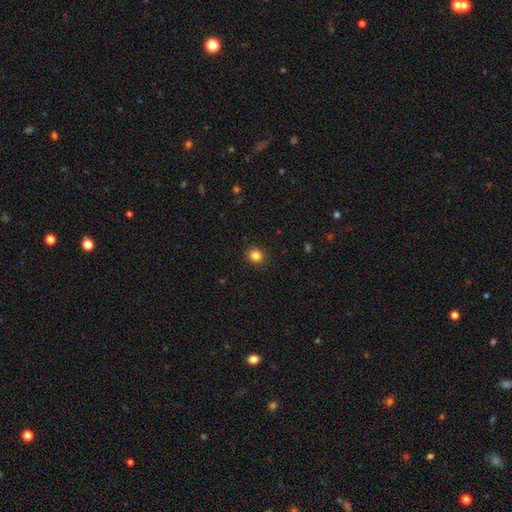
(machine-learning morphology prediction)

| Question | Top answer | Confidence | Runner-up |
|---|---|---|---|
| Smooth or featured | smooth | 84% | star or artifact (12%) |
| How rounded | round | 85% | in between (14%) |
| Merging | none | 91% | minor disturbance (6%) |